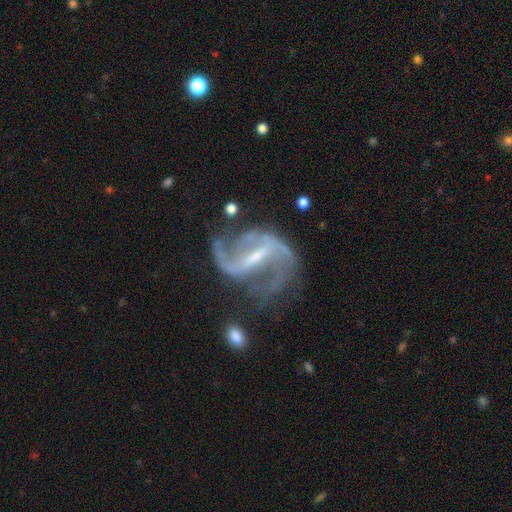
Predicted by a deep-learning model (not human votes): This appears to be a featured or disk galaxy (90%) with a strong bar (63%), 2 (82%) loose (49%) spiral arms (96%) and a small central bulge (59%). Merging: none (58%).